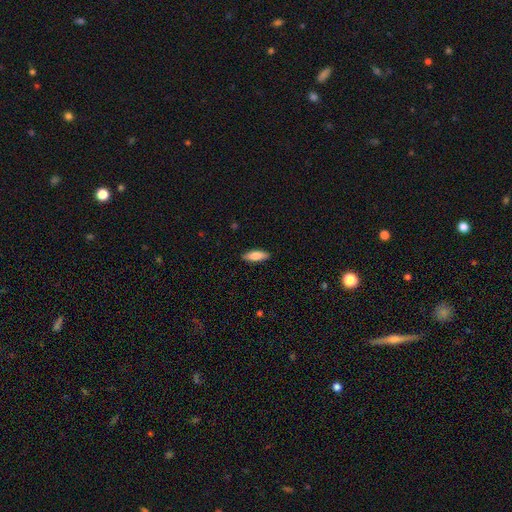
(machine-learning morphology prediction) smooth-or-featured: smooth: 84% | featured or disk: 11% | star or artifact: 6%
  how-rounded: in between: 63% | cigar-shaped: 35% | round: 2%
  merging: none: 88% | minor disturbance: 9% | major disturbance: 2% | merger: 1%